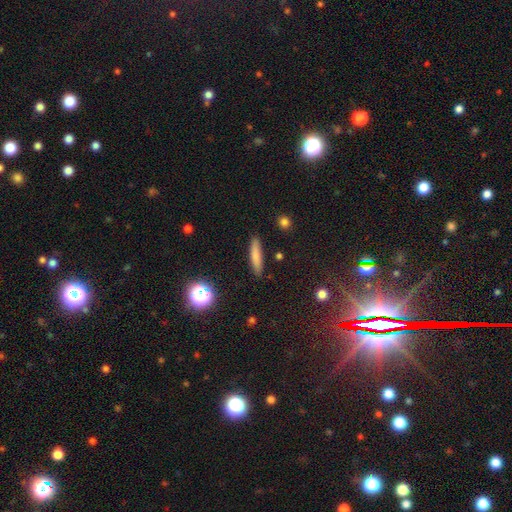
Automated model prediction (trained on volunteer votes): smooth-or-featured: smooth: 76% | featured or disk: 14% | star or artifact: 10%
  how-rounded: cigar-shaped: 86% | in between: 12% | round: 2%
  merging: none: 88% | minor disturbance: 8% | major disturbance: 2% | merger: 2%